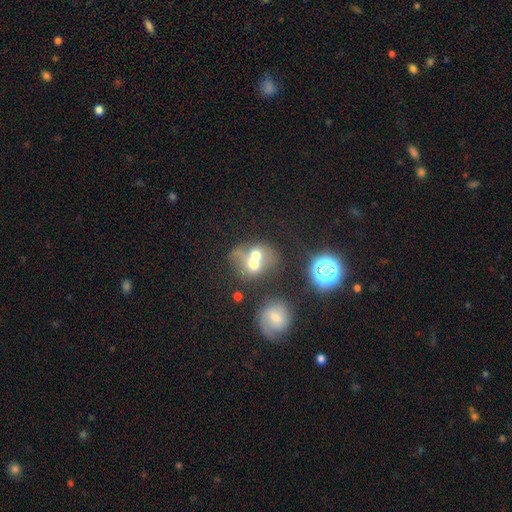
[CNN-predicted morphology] This is possibly a smooth galaxy (58%). How rounded: possibly round (58%). Merging: likely merger (72%).